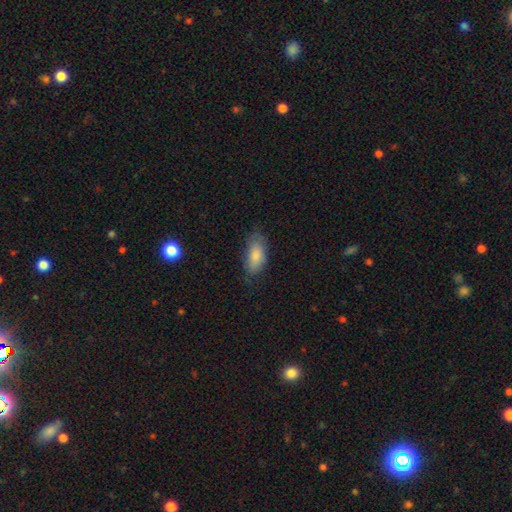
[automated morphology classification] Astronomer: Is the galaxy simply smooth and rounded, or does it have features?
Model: smooth — 83%.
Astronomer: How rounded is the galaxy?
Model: in between — 89%.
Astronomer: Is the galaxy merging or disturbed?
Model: none — 69%.